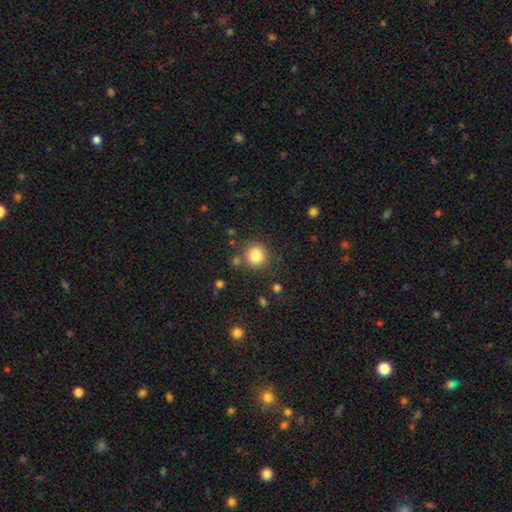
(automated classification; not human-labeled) Smooth or featured? smooth (83%)
How rounded? round (92%)
Merging? none (82%)